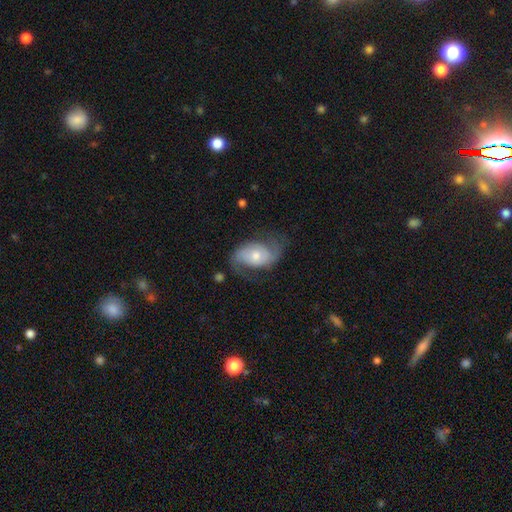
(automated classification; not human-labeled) The model was most divided on "spiral winding": loose: 43%, medium: 41%, tight: 16%. More confident: edge-on disk — no (96%); spiral arms — yes (91%); spiral arm count — 2 (87%); smooth or featured — featured or disk (70%); bar — no (62%); merging — none (61%); bulge size — moderate (53%).